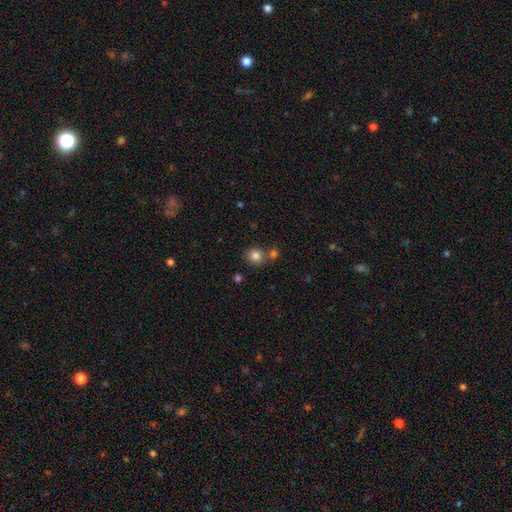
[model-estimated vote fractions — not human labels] Smooth or featured? Predicted: smooth (p=0.83). How rounded? Predicted: round (p=0.85). Merging? Predicted: none (p=0.67).